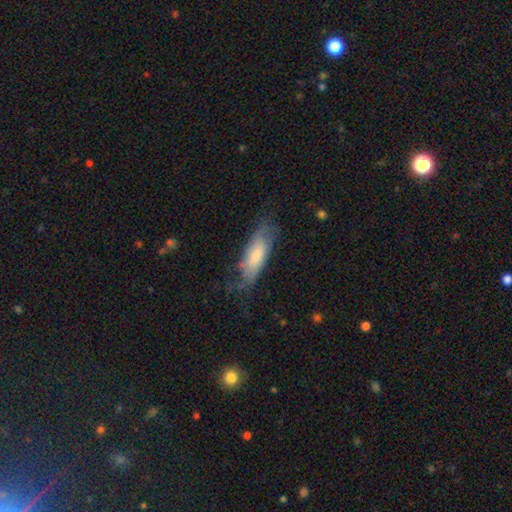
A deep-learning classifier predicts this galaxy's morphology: The model was most divided on "how rounded": in between: 55%, cigar-shaped: 43%, round: 2%. More confident: smooth or featured — smooth (65%); merging — none (58%).